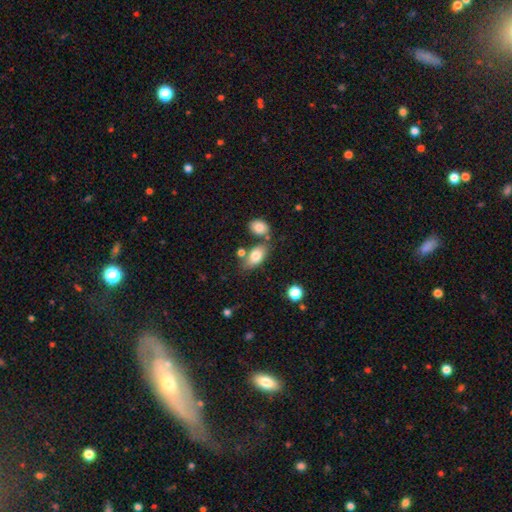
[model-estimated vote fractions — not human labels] A smooth galaxy with no disk features (78%) that is in between round and cigar-shaped (89%).

Vote fractions:
- Smooth or featured? smooth: 78% / featured or disk: 15% / star or artifact: 8%
- How rounded? in between: 89% / round: 6% / cigar-shaped: 5%
- Merging? none: 61% / merger: 19% / minor disturbance: 15% / major disturbance: 5%